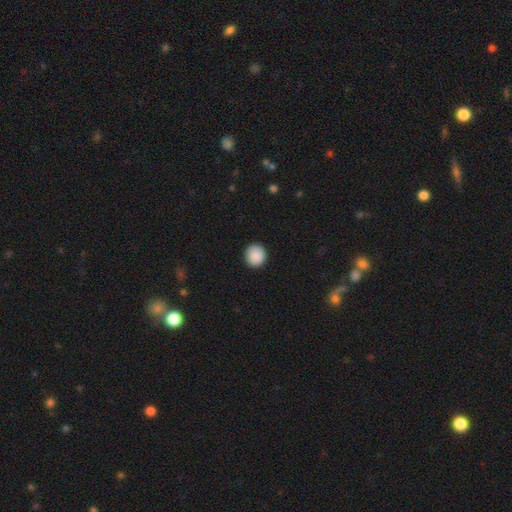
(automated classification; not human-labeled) Smooth or featured? Predicted: smooth (p=0.90). How rounded? Predicted: round (p=0.90). Merging? Predicted: none (p=0.91).